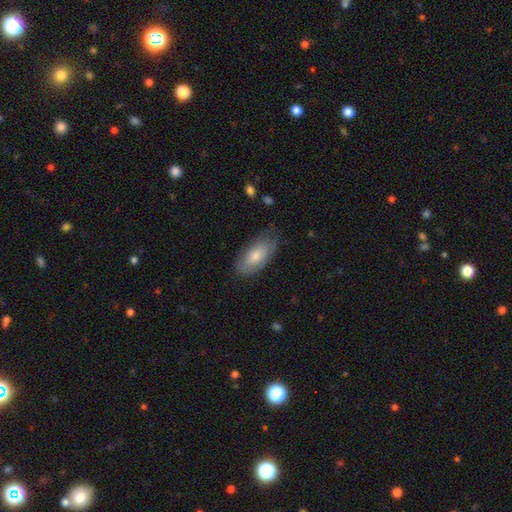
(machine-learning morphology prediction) This is likely a smooth galaxy (73%). How rounded: clearly in between (88%). Merging: likely none (73%).